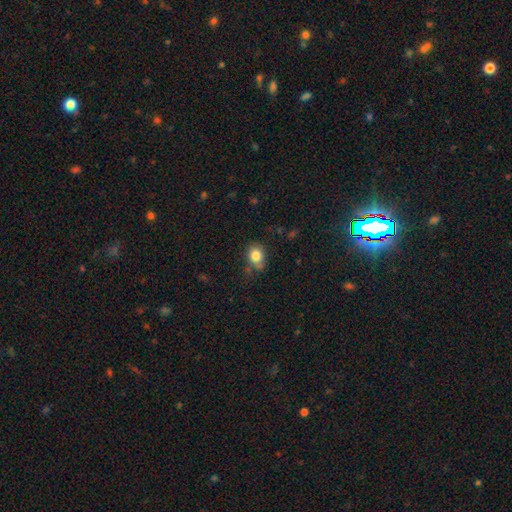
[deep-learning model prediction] Morphology: type=smooth (82%); roundness=in between (50%); merging=none (66%).